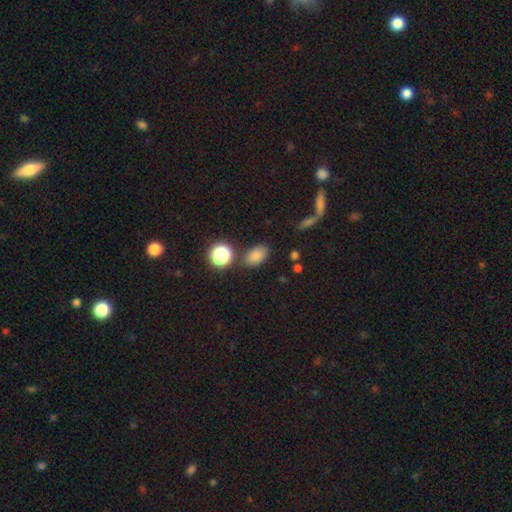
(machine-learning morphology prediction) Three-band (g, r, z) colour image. It shows a smooth galaxy with no disk features (81%) that is in between round and cigar-shaped (84%). Merging: none (78%).